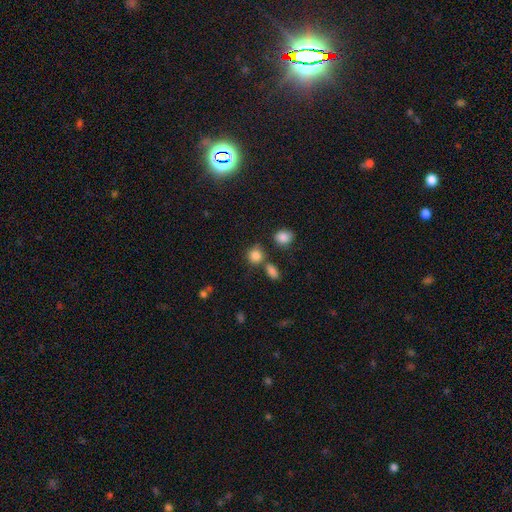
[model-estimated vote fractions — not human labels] Smooth or featured?
  - smooth: 83% *
  - star or artifact: 11%
  - featured or disk: 5%
How rounded?
  - round: 81% *
  - in between: 17%
  - cigar-shaped: 1%
Merging?
  - none: 65% *
  - merger: 17%
  - minor disturbance: 13%
  - major disturbance: 5%